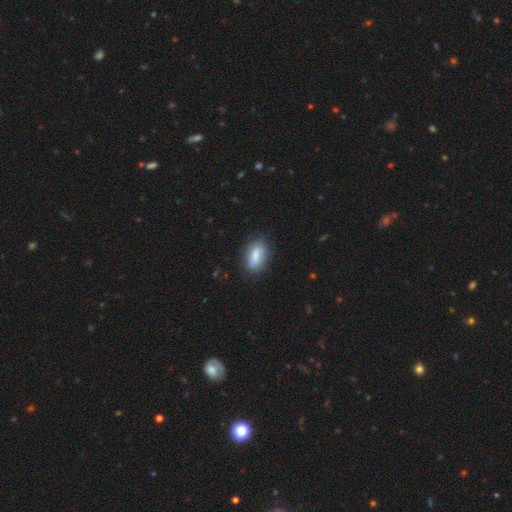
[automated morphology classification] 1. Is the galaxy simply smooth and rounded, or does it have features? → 82% smooth, 11% featured or disk, 7% star or artifact.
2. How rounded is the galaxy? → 87% in between, 7% cigar-shaped, 6% round.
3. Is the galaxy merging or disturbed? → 79% none, 16% minor disturbance, 4% major disturbance, 1% merger.